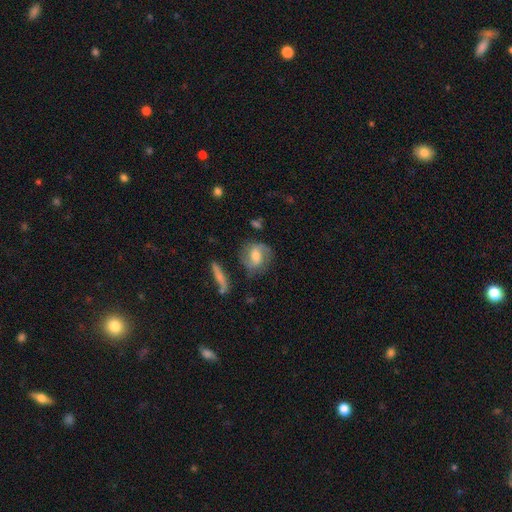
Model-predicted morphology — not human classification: type=featured or disk (63%); edge-on=no (95%); bar=weak (47%); spiral arms=yes (88%); winding=medium (44%); arm count=2 (84%); bulge=moderate (63%); merging=none (73%).